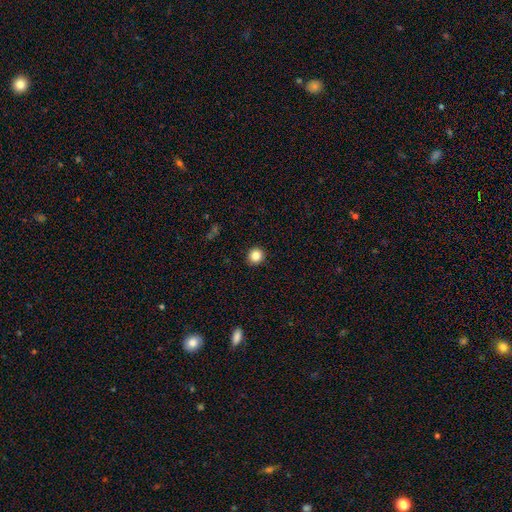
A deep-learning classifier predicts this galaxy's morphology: The model was most divided on "smooth or featured": smooth: 84%, star or artifact: 11%, featured or disk: 5%. More confident: merging — none (93%); how rounded — round (93%).